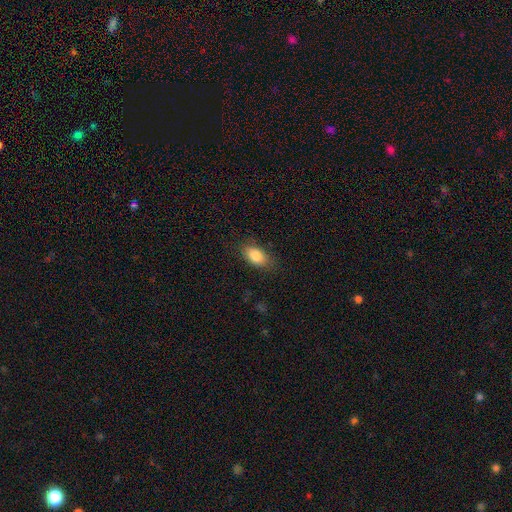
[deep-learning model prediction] Overall: smooth (83%). How rounded: in between (88%). Merging: none (81%).